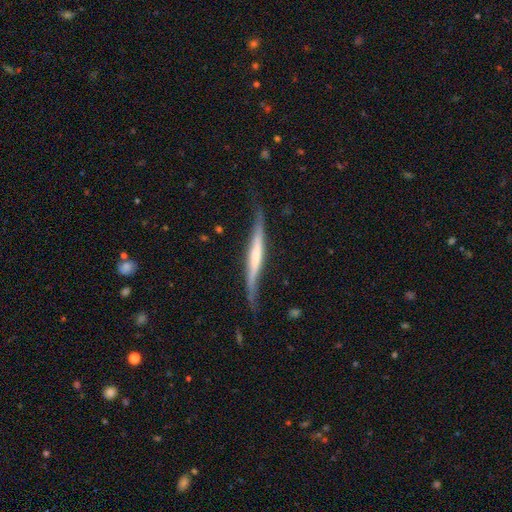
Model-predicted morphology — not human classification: Smooth or featured? featured or disk (66%)
Edge-on disk? yes (90%)
Edge-on bulge? none (46%)
Merging? none (62%)